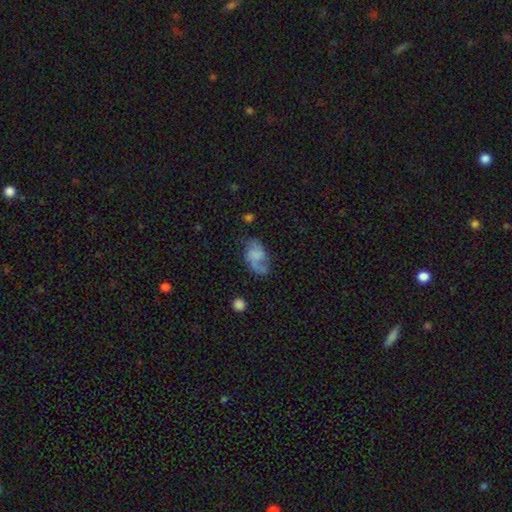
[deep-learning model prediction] Smooth or featured? featured or disk (58%)
Edge-on disk? no (97%)
Bar? no (59%)
Spiral arms? yes (85%)
Bulge size? none (53%)
Merging? none (53%)